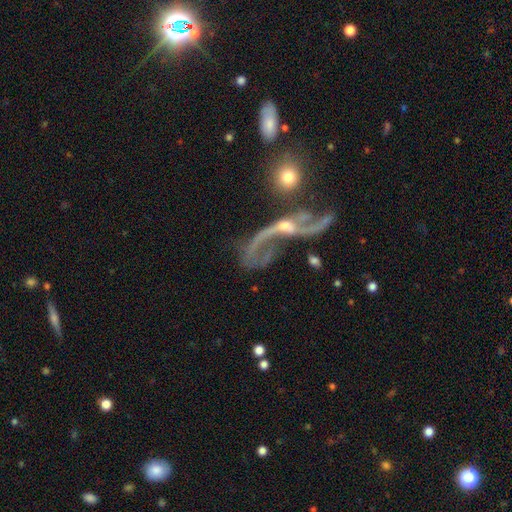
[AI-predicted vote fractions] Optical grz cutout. It shows a featured or disk galaxy (81%) with no bar (56%), 2 (79%) loose (84%) spiral arms (85%) and a small central bulge (53%). Merging: major disturbance (33%).